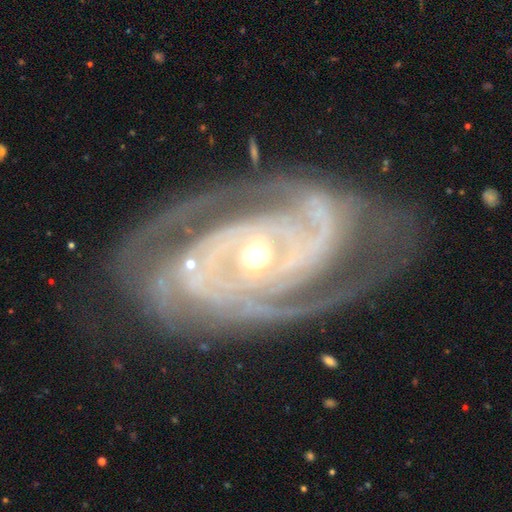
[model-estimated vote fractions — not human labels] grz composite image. It shows a featured or disk galaxy (92%) with no bar (59%), 2 (45%) tight (69%) spiral arms (98%) and a small central bulge (51%). Merging: none (74%).